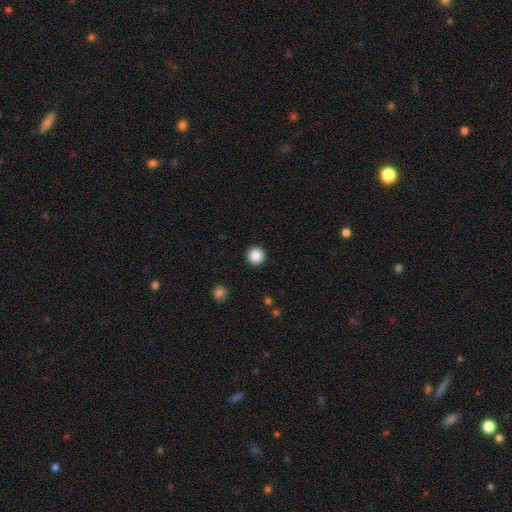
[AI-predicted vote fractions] Smooth or featured? smooth (86%)
How rounded? round (96%)
Merging? none (93%)